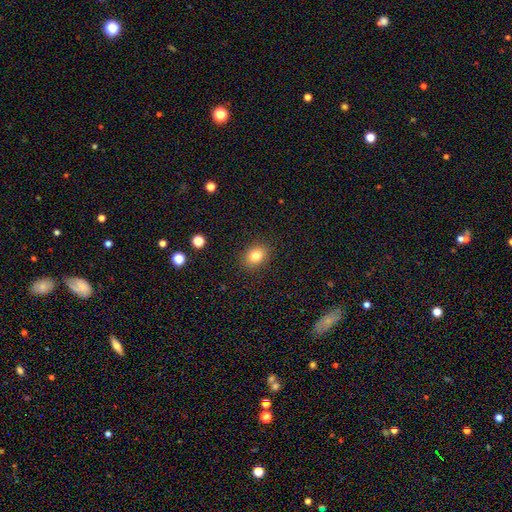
Smooth or featured? smooth (85%)
How rounded? in between (67%)
Merging? none (91%)